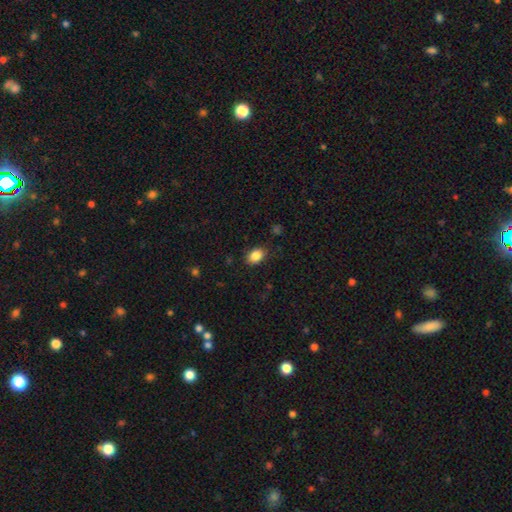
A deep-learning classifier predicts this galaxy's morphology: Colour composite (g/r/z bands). It shows a smooth galaxy with no disk features (86%) that is in between round and cigar-shaped (79%). Merging: none (83%).